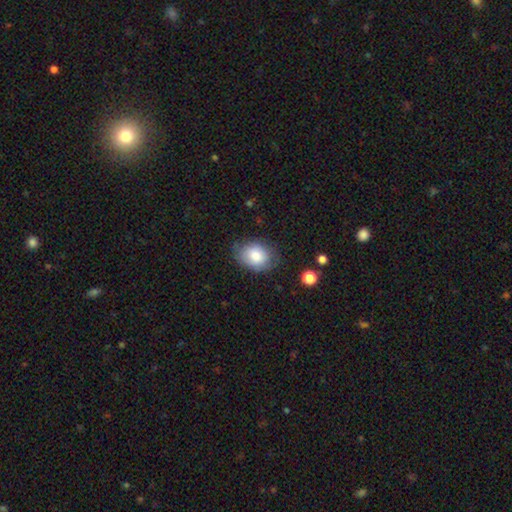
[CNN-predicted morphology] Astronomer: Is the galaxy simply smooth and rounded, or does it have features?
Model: smooth — 79%.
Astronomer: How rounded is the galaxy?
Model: in between — 69%.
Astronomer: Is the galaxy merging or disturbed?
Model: none — 68%.